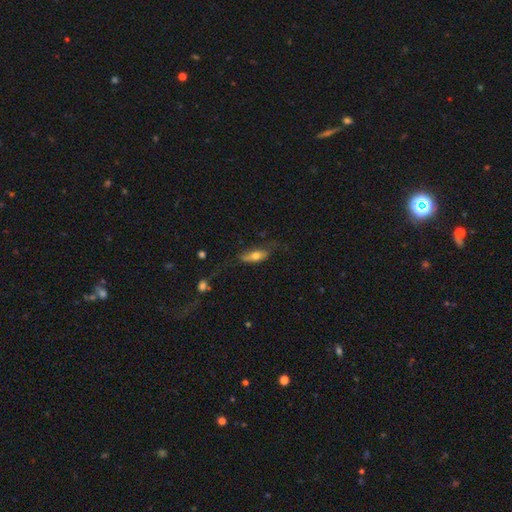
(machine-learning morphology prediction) A smooth galaxy with no disk features (59%) that is in between round and cigar-shaped (61%).

Vote fractions:
- Smooth or featured? smooth: 59% / featured or disk: 34% / star or artifact: 7%
- How rounded? in between: 61% / cigar-shaped: 35% / round: 4%
- Merging? none: 53% / minor disturbance: 27% / major disturbance: 17% / merger: 3%